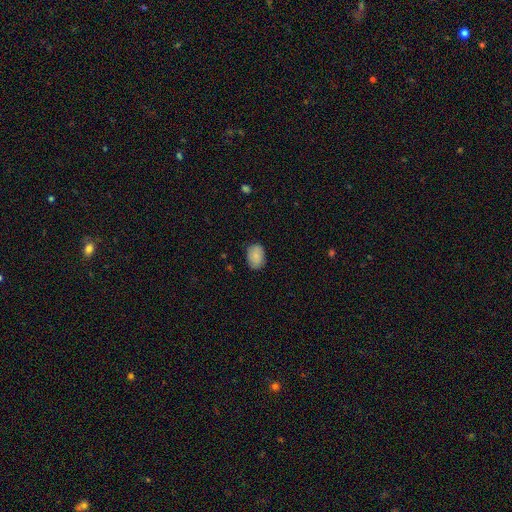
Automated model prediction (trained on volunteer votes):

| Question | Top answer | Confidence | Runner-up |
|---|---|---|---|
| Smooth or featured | smooth | 83% | featured or disk (10%) |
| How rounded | in between | 81% | round (18%) |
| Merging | none | 82% | minor disturbance (14%) |